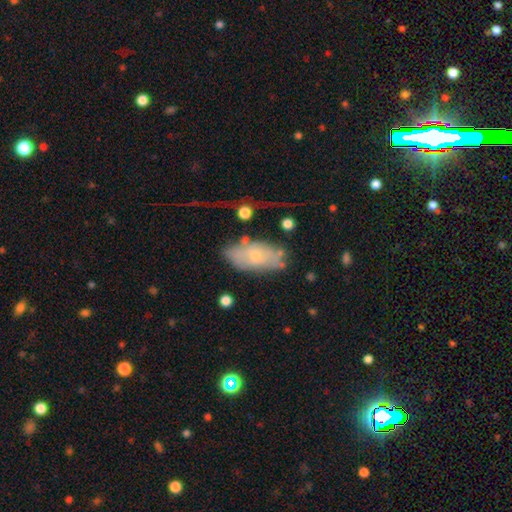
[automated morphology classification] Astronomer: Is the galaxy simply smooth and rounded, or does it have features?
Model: smooth — 48% (runner-up: featured or disk, 44%).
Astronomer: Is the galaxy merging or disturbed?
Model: none — 57%.